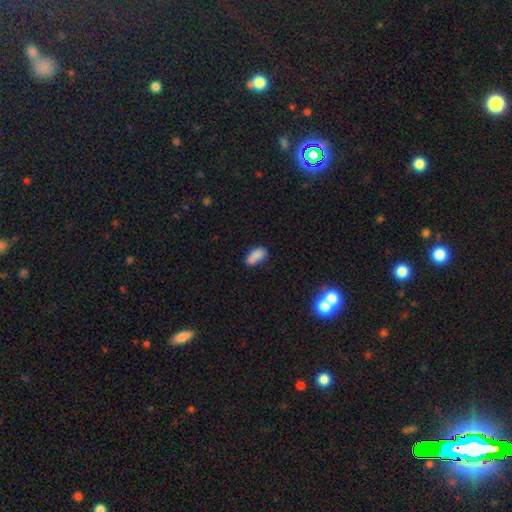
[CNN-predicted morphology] Smooth or featured?
  - smooth: 80% *
  - featured or disk: 10%
  - star or artifact: 10%
How rounded?
  - in between: 88% *
  - cigar-shaped: 6%
  - round: 6%
Merging?
  - none: 46% *
  - minor disturbance: 24%
  - merger: 22%
  - major disturbance: 8%